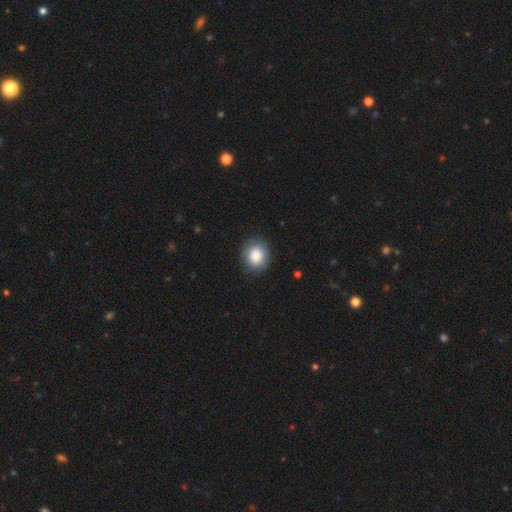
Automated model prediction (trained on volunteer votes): Smooth or featured?
  - smooth: 84% *
  - featured or disk: 8%
  - star or artifact: 8%
How rounded?
  - round: 71% *
  - in between: 28%
  - cigar-shaped: 1%
Merging?
  - none: 86% *
  - minor disturbance: 10%
  - major disturbance: 3%
  - merger: 1%